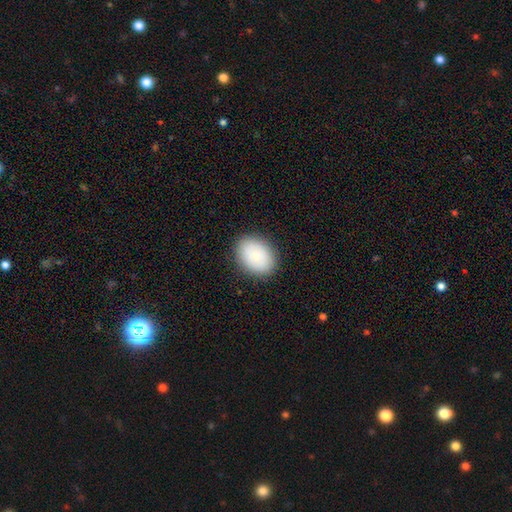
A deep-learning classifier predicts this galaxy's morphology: type=smooth (82%); roundness=in between (66%); merging=none (88%).